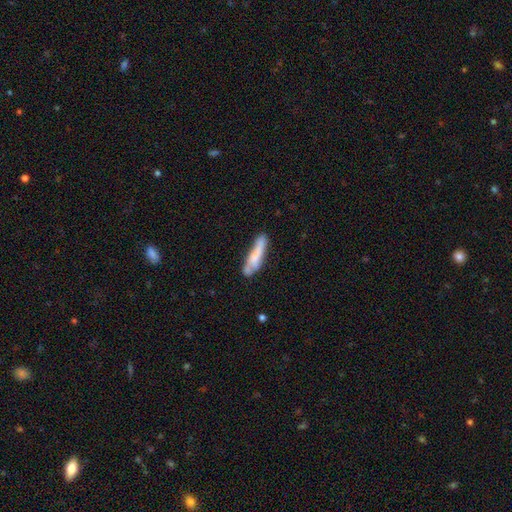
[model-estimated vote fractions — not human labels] This is likely a smooth galaxy (65%). How rounded: likely cigar-shaped (79%). Merging: possibly none (54%).